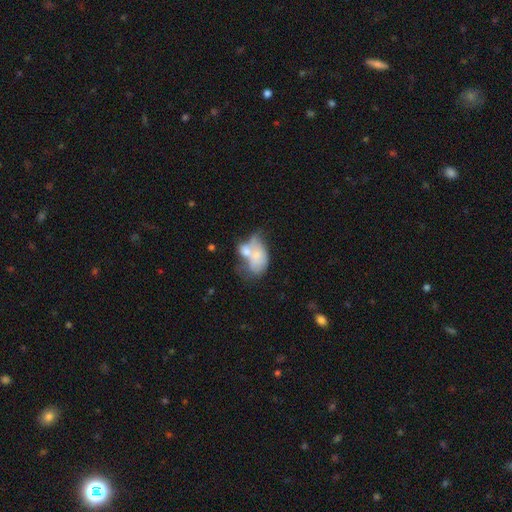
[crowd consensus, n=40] smooth 68%, featured or disk 28%, star or artifact 5%. Down the decision tree: how rounded — in between (100%); merging — merger (53%).